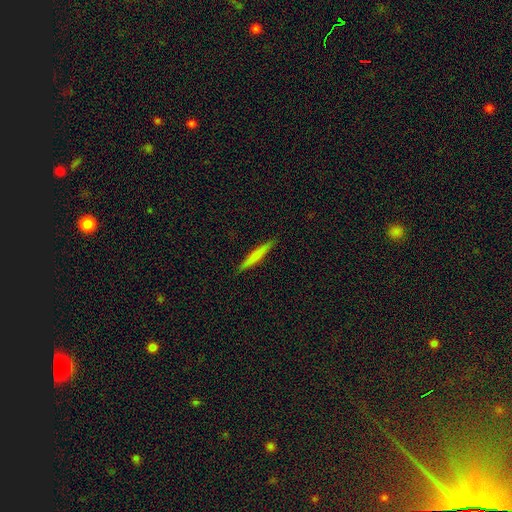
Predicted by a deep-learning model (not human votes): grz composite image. It shows a smooth galaxy with no disk features (69%) that is cigar-shaped (95%). Merging: none (91%).